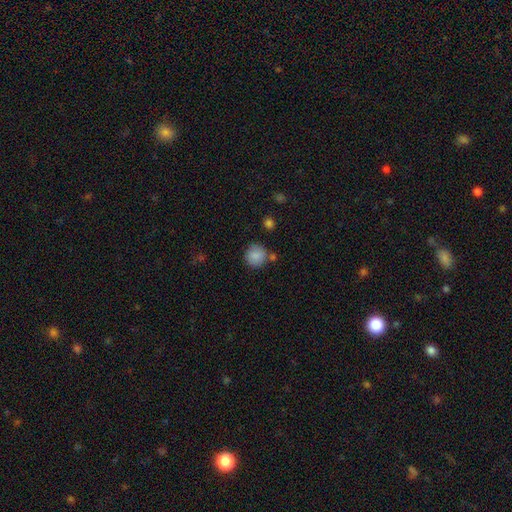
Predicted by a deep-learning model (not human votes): smooth-or-featured: smooth: 86% | star or artifact: 8% | featured or disk: 5%
  how-rounded: round: 91% | in between: 8% | cigar-shaped: 1%
  merging: none: 75% | minor disturbance: 12% | merger: 9% | major disturbance: 4%